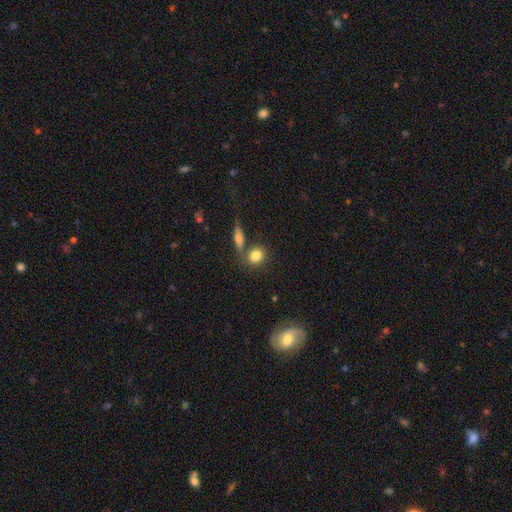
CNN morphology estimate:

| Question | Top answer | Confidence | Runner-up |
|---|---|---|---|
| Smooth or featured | smooth | 81% | featured or disk (10%) |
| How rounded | round | 60% | in between (37%) |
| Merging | none | 63% | merger (22%) |